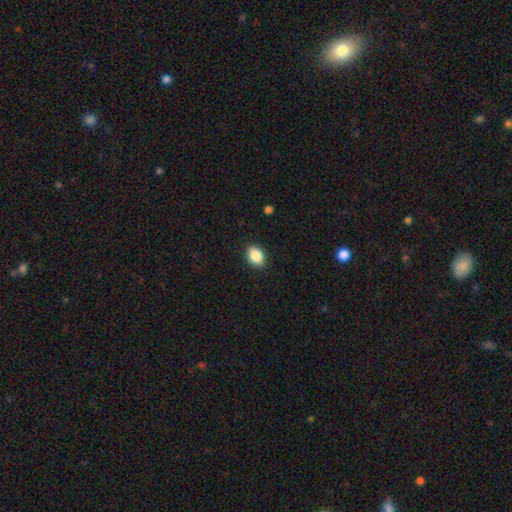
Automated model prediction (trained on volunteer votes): Overall: smooth (88%). How rounded: in between (80%). Merging: none (89%).